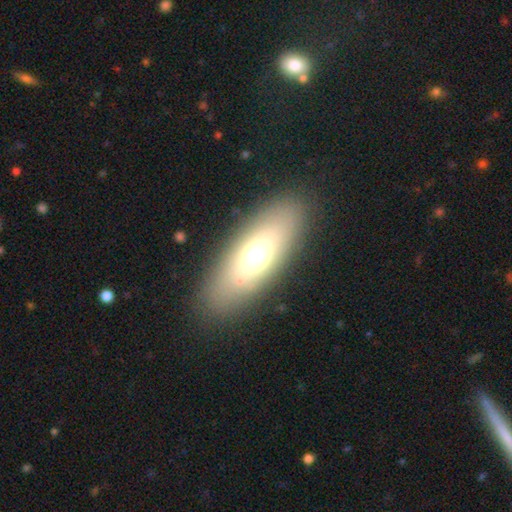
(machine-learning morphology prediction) Q: Smooth or featured?
A: smooth (59%); runner-up: featured or disk (30%)
Q: How rounded?
A: in between (72%); runner-up: cigar-shaped (22%)
Q: Merging?
A: none (86%); runner-up: minor disturbance (9%)